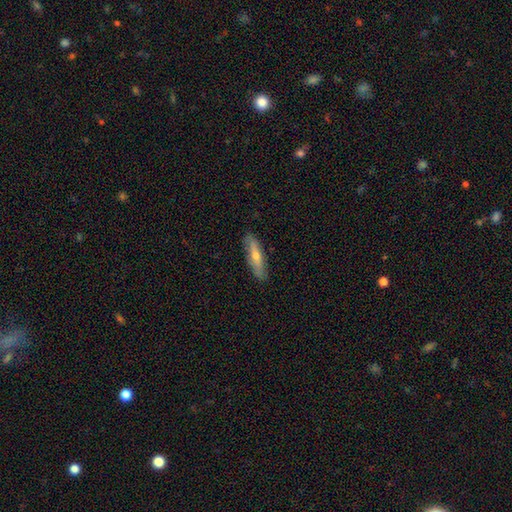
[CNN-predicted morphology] A featured or disk galaxy (48%). Merging: none (87%).